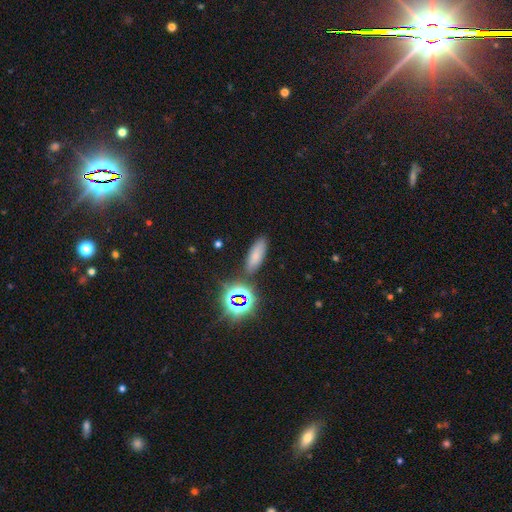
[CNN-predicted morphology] A smooth galaxy with no disk features (67%) that is in between round and cigar-shaped (62%). Merging: none (82%).